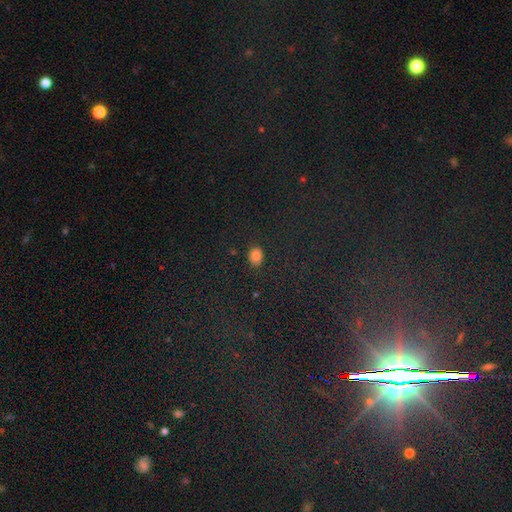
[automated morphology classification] Smooth or featured? smooth (80%)
How rounded? in between (64%)
Merging? none (87%)